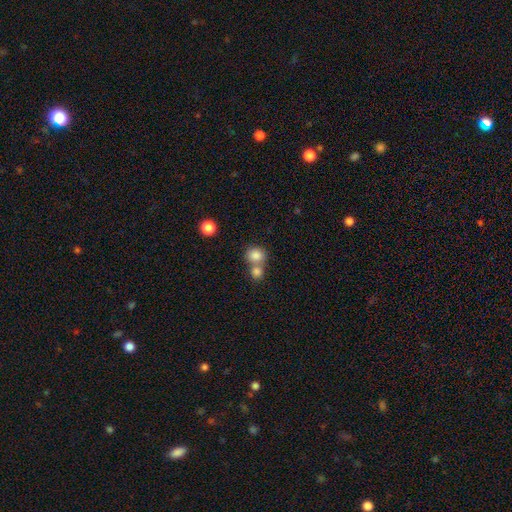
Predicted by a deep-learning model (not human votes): smooth_or_featured: smooth (p=0.81) [alt: star or artifact p=0.11]
how_rounded: round (p=0.79) [alt: in between p=0.20]
merging: merger (p=0.48) [alt: none p=0.42]